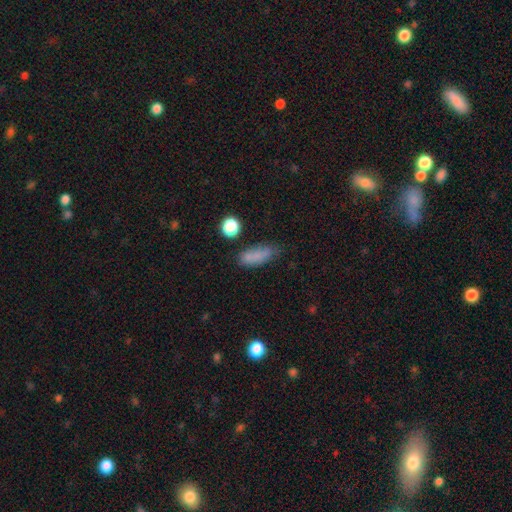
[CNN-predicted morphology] smooth-or-featured: smooth: 80% | star or artifact: 11% | featured or disk: 9%
  how-rounded: in between: 65% | cigar-shaped: 31% | round: 5%
  merging: none: 60% | minor disturbance: 26% | major disturbance: 9% | merger: 6%